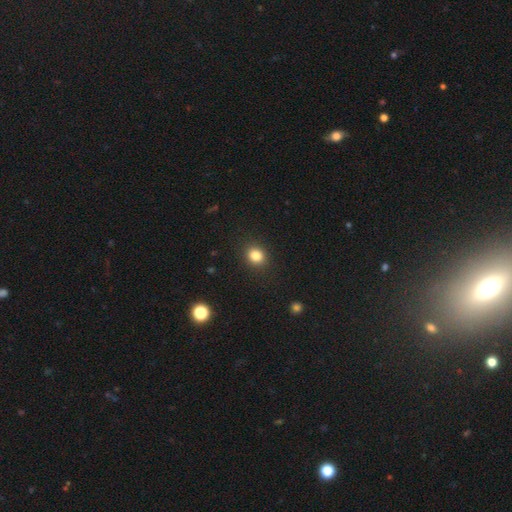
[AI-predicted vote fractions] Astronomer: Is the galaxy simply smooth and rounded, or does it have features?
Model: smooth — 83%.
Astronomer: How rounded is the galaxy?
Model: round — 72%.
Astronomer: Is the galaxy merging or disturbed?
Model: none — 90%.